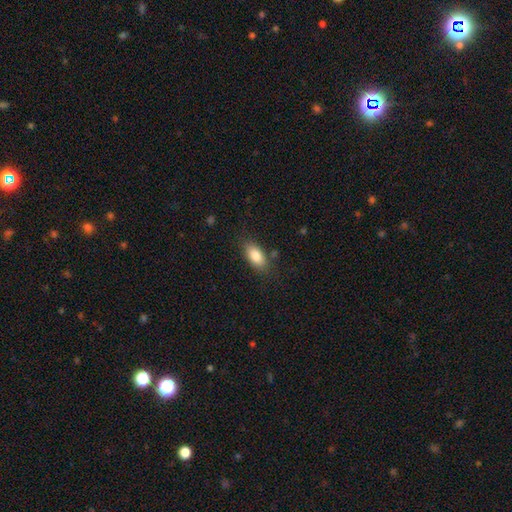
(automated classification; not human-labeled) A smooth galaxy with no disk features (84%) that is in between round and cigar-shaped (89%). Merging: none (81%).